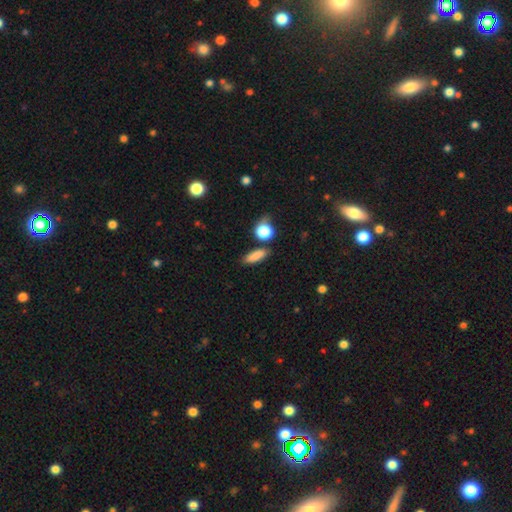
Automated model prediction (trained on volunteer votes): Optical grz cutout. It shows a smooth galaxy with no disk features (84%) that is in between round and cigar-shaped (53%). Merging: none (77%).